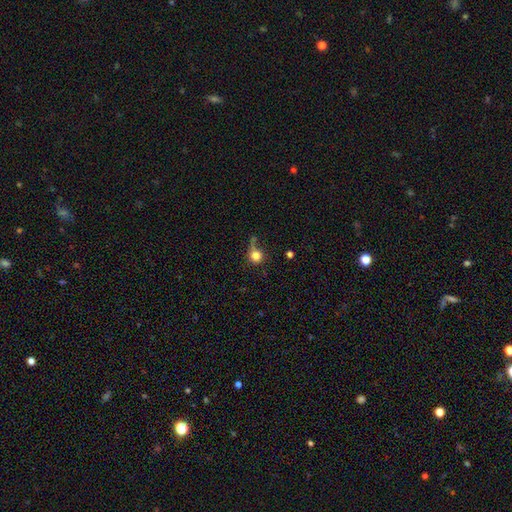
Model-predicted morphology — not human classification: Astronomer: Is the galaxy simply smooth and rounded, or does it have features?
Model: smooth — 80%.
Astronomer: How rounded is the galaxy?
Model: round — 91%.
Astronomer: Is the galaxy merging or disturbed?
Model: none — 54%.